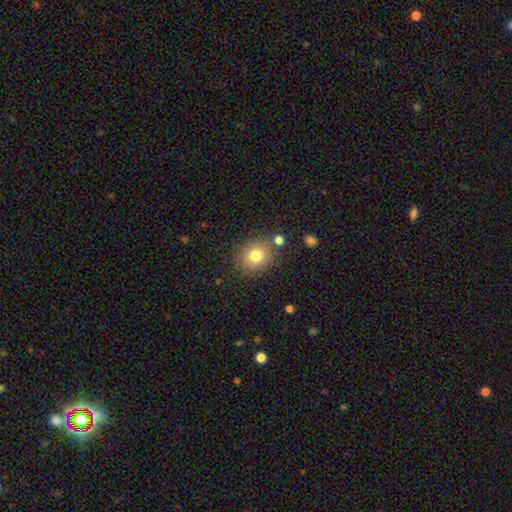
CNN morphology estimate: Smooth or featured? smooth (78%)
How rounded? round (67%)
Merging? none (79%)